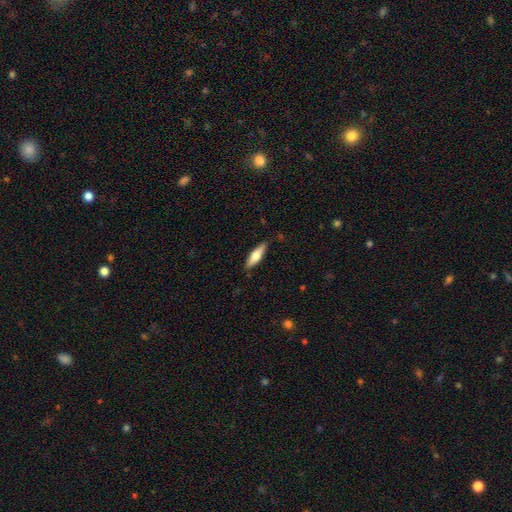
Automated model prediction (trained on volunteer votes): Smooth or featured? Predicted: smooth (p=0.57). How rounded? Predicted: cigar-shaped (p=0.62). Merging? Predicted: none (p=0.87).